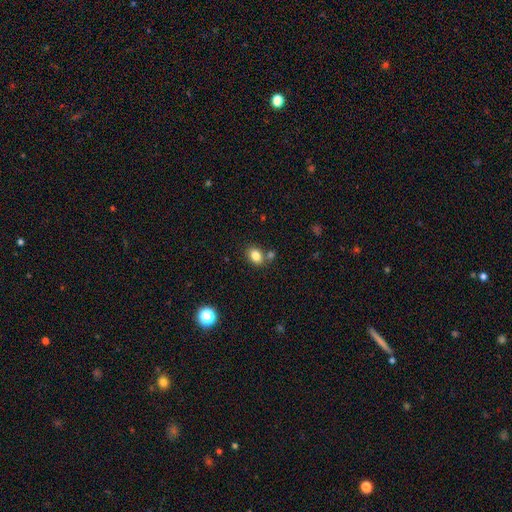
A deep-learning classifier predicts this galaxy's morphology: Overall: smooth (83%). How rounded: in between (65%; round 34%). Merging: none (69%).